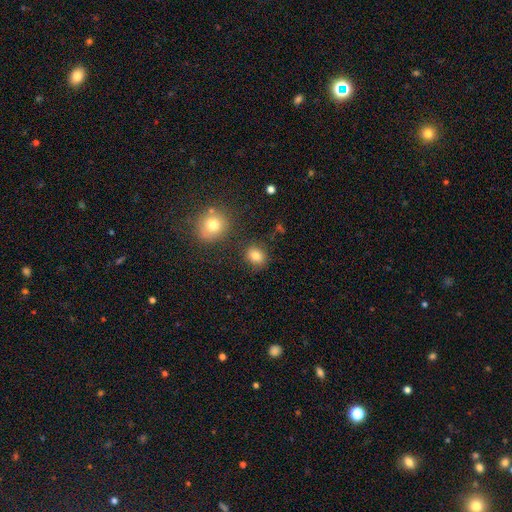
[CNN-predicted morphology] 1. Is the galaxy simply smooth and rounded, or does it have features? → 80% smooth, 12% star or artifact, 7% featured or disk.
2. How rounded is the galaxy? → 72% round, 27% in between, 1% cigar-shaped.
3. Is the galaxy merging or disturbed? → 83% none, 10% minor disturbance, 4% merger, 3% major disturbance.